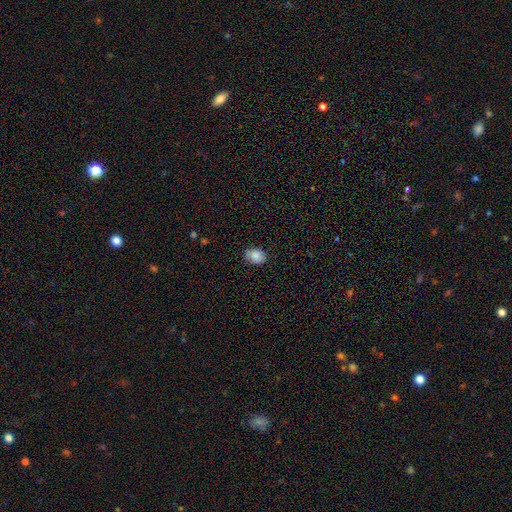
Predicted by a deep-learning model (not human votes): A smooth galaxy with no disk features (82%) that is in between round and cigar-shaped (65%).

Vote fractions:
- Smooth or featured? smooth: 82% / featured or disk: 9% / star or artifact: 8%
- How rounded? in between: 65% / round: 34% / cigar-shaped: 1%
- Merging? none: 74% / minor disturbance: 21% / major disturbance: 4% / merger: 1%